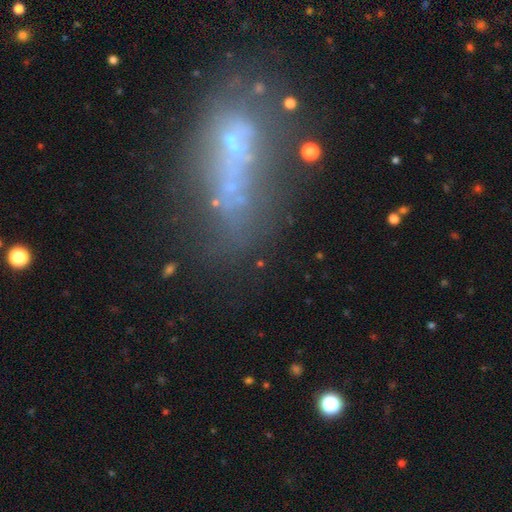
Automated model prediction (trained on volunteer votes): Morphology: type=featured or disk (40%); merging=none (37%).